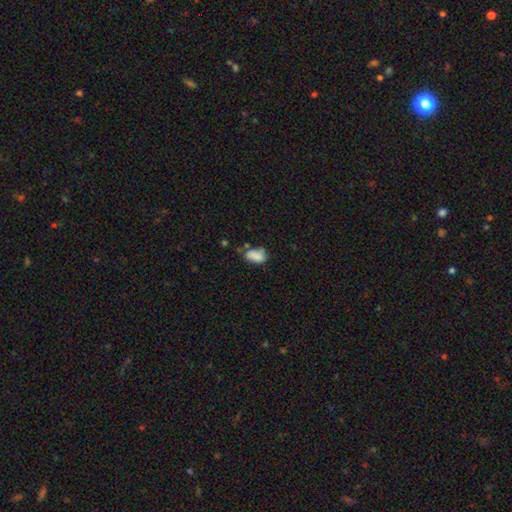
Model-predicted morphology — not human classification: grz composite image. It shows a smooth galaxy with no disk features (81%) that is in between round and cigar-shaped (89%). Merging: none (49%).